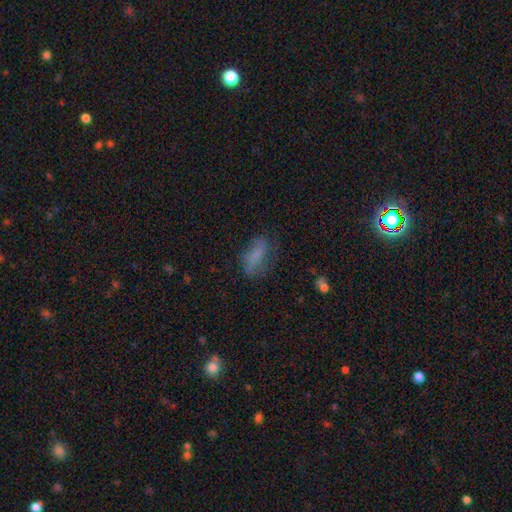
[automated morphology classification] A smooth galaxy with no disk features (59%) that is in between round and cigar-shaped (81%). Merging: none (54%).